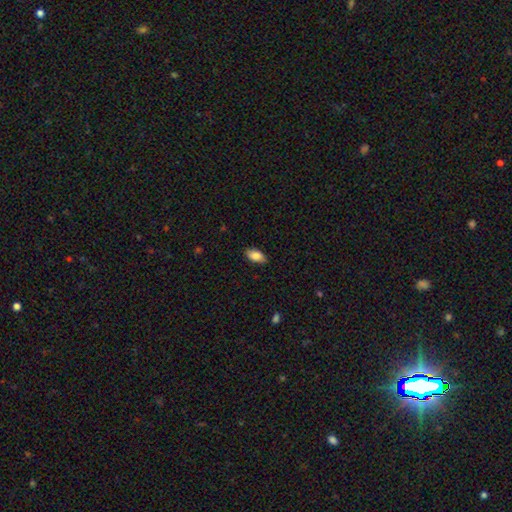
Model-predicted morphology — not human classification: Smooth or featured: smooth — 86% (featured or disk — 8%)
How rounded: in between — 92% (cigar-shaped — 5%)
Merging: none — 86% (minor disturbance — 11%)